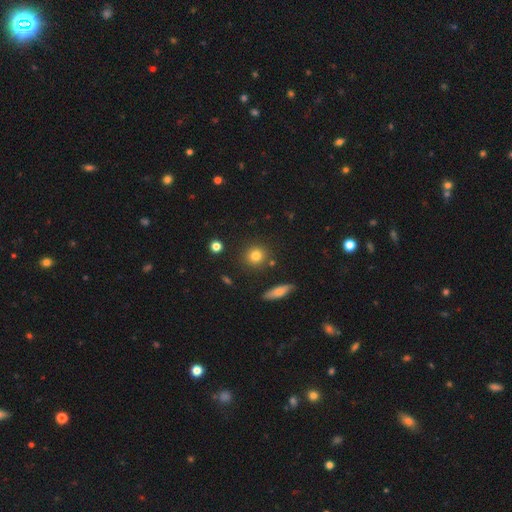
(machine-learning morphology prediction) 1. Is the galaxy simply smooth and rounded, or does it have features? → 80% smooth, 12% star or artifact, 8% featured or disk.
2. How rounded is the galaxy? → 86% round, 12% in between, 2% cigar-shaped.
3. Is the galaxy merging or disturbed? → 86% none, 7% minor disturbance, 4% merger, 2% major disturbance.